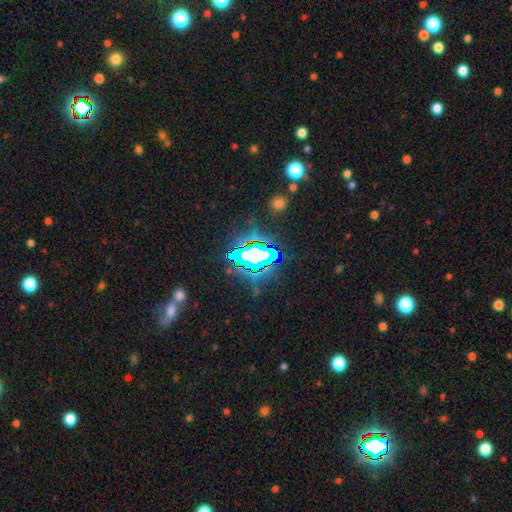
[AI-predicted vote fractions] Morphology: type=star or artifact (67%).